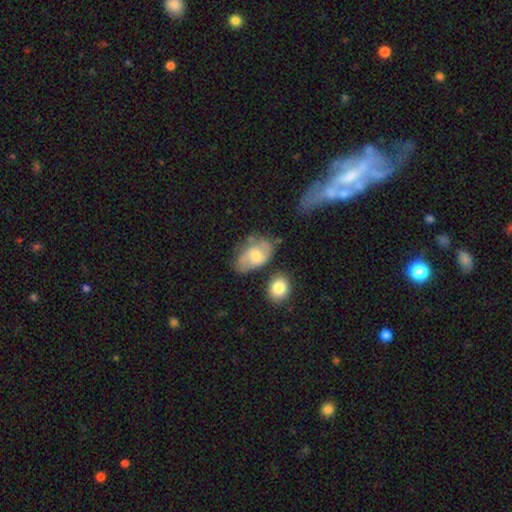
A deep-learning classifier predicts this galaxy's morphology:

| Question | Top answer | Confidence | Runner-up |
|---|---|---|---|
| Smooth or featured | smooth | 48% | featured or disk (45%) |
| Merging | none | 47% | minor disturbance (30%) |